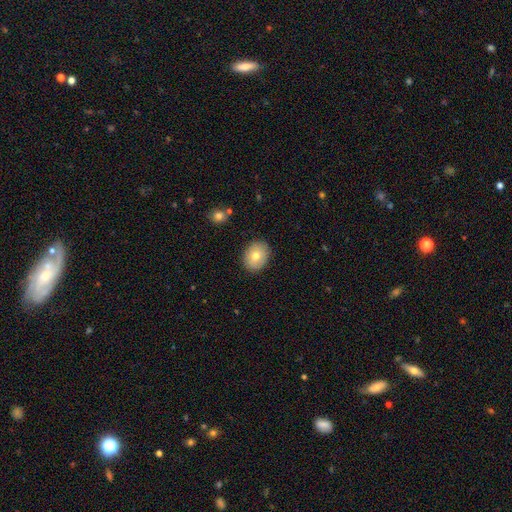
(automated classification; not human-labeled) This is likely a smooth galaxy (73%). How rounded: possibly in between (55%). Merging: clearly none (88%).